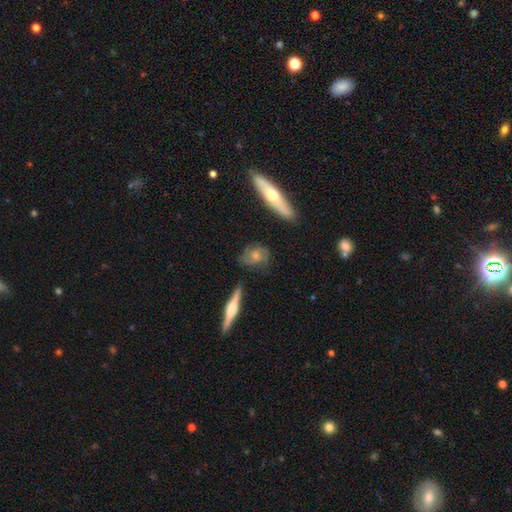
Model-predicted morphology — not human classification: A featured or disk galaxy (65%) with no bar (74%), spiral arms (85%) and a moderate central bulge (48%). Merging: none (70%).